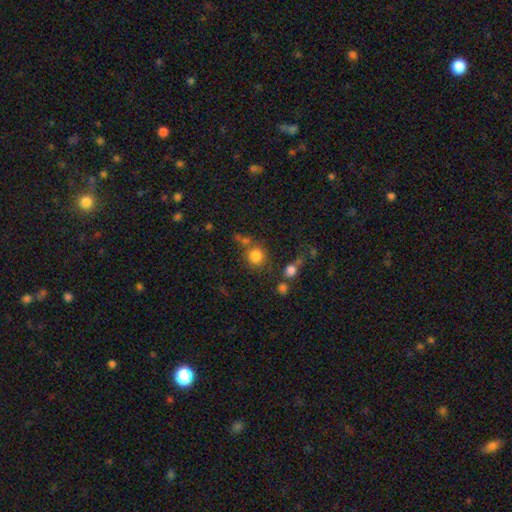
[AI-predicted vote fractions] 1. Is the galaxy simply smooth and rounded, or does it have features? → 81% smooth, 13% star or artifact, 7% featured or disk.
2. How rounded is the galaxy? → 89% round, 10% in between, 1% cigar-shaped.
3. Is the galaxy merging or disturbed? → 68% none, 14% merger, 12% minor disturbance, 6% major disturbance.